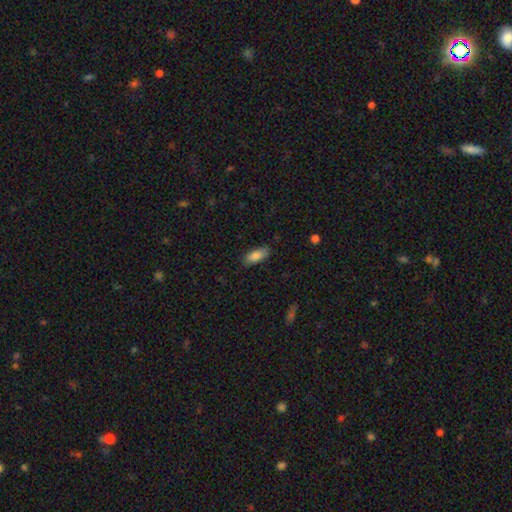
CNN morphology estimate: Smooth or featured?
  - smooth: 83% *
  - featured or disk: 11%
  - star or artifact: 7%
How rounded?
  - in between: 82% *
  - cigar-shaped: 16%
  - round: 2%
Merging?
  - none: 83% *
  - minor disturbance: 13%
  - major disturbance: 3%
  - merger: 1%